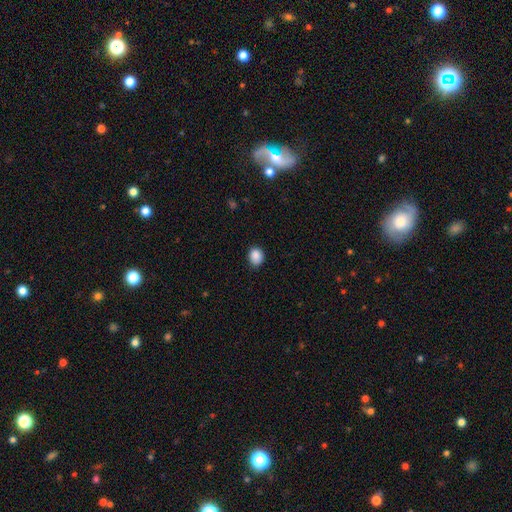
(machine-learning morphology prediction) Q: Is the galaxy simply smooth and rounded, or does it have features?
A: smooth — 88%.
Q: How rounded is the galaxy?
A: round — 53%.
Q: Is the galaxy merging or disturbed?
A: none — 83%.